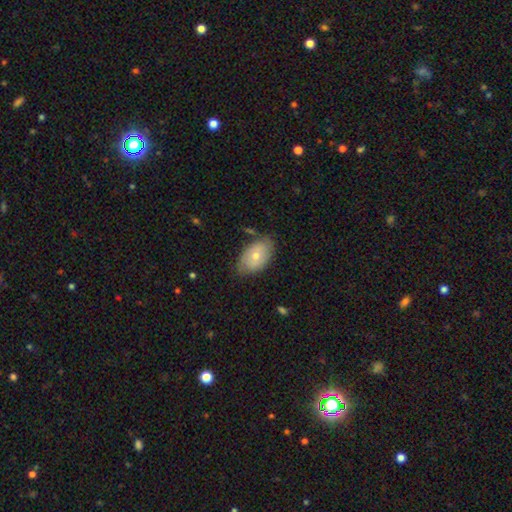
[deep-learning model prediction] This is likely a smooth galaxy (63%). How rounded: clearly in between (91%). Merging: likely none (72%).